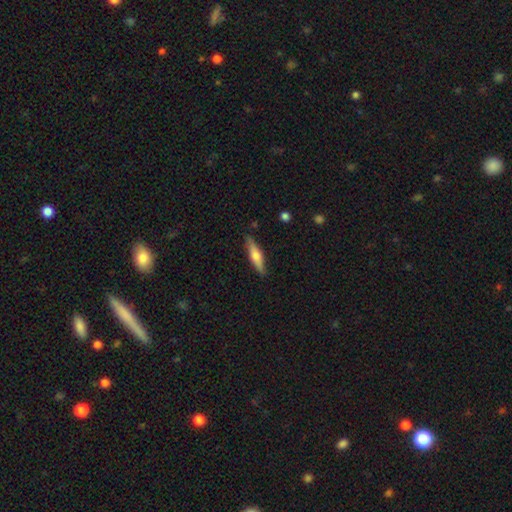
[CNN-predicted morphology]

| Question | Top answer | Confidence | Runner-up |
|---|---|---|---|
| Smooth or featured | smooth | 56% | featured or disk (38%) |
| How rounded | cigar-shaped | 72% | in between (26%) |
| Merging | none | 86% | minor disturbance (11%) |